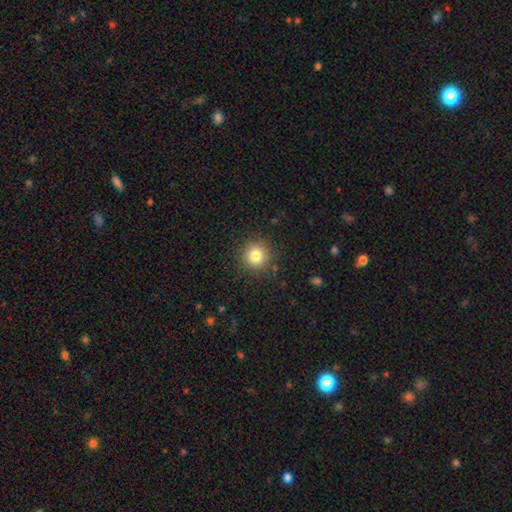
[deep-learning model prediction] smooth-or-featured: smooth: 82% | star or artifact: 12% | featured or disk: 6%
  how-rounded: round: 93% | in between: 6% | cigar-shaped: 1%
  merging: none: 89% | minor disturbance: 7% | major disturbance: 2% | merger: 1%